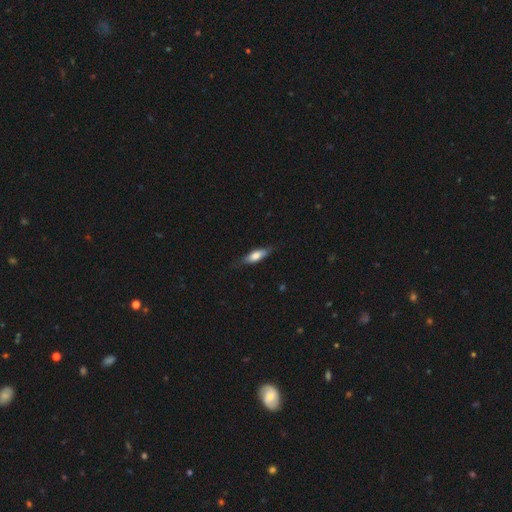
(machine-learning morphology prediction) smooth-or-featured: smooth: 69% | featured or disk: 25% | star or artifact: 6%
  how-rounded: in between: 57% | cigar-shaped: 40% | round: 2%
  merging: none: 75% | minor disturbance: 20% | major disturbance: 4% | merger: 1%